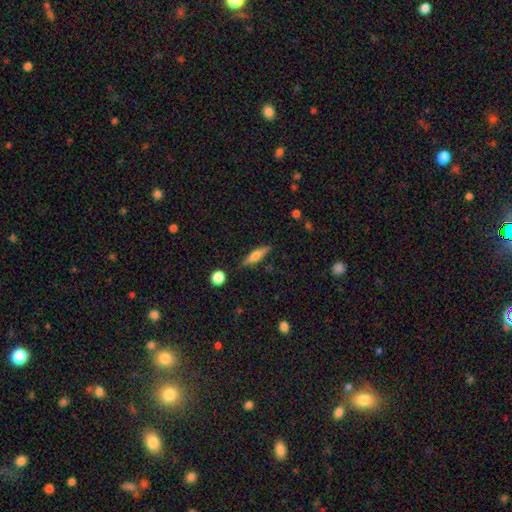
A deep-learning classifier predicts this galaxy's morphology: Overall: featured or disk (47%; smooth 46%). Merging: none (86%).